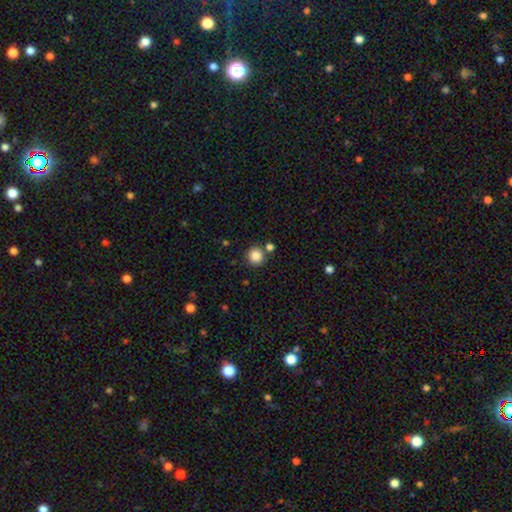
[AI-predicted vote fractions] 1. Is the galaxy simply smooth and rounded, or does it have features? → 85% smooth, 10% star or artifact, 5% featured or disk.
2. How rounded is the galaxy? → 94% round, 5% in between, 1% cigar-shaped.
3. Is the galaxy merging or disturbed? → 82% none, 9% merger, 7% minor disturbance, 2% major disturbance.